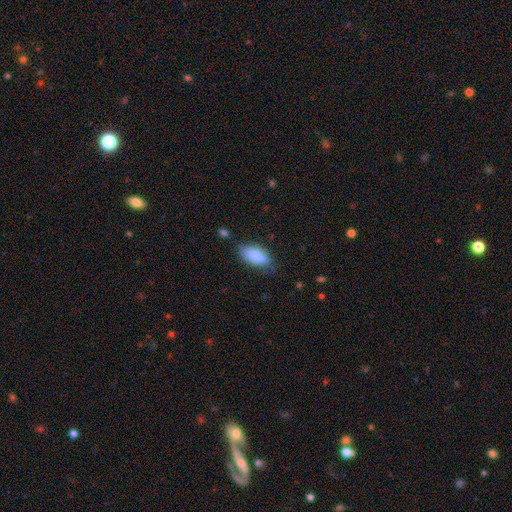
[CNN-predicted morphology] Smooth or featured? Predicted: smooth (p=0.85). How rounded? Predicted: in between (p=0.88). Merging? Predicted: none (p=0.70).